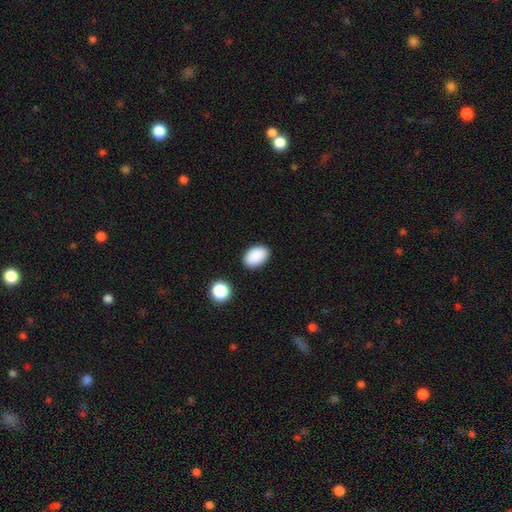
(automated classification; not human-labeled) The model was most divided on "merging": none: 87%, minor disturbance: 9%, major disturbance: 2%, merger: 2%. More confident: how rounded — in between (90%); smooth or featured — smooth (89%).